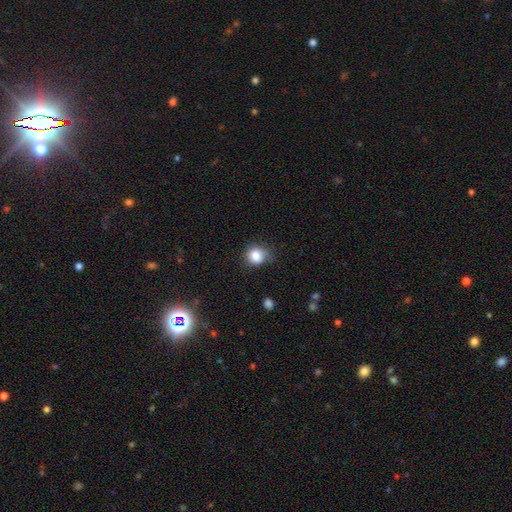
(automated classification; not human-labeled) Morphology: type=smooth (82%); roundness=round (76%); merging=none (57%).